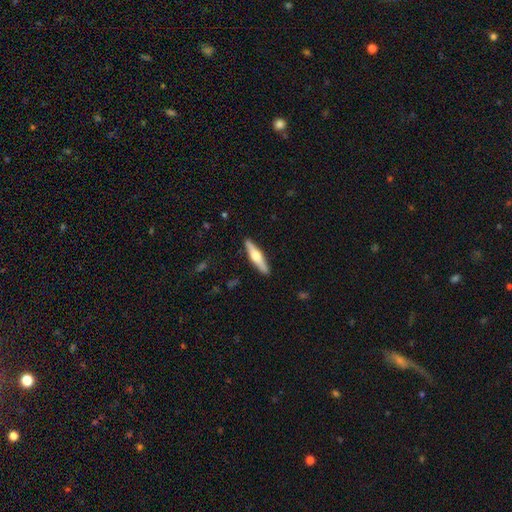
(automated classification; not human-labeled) This appears to be a featured or disk galaxy (56%) viewed edge-on (96%) with a rounded central bulge (90%). Merging: none (91%).